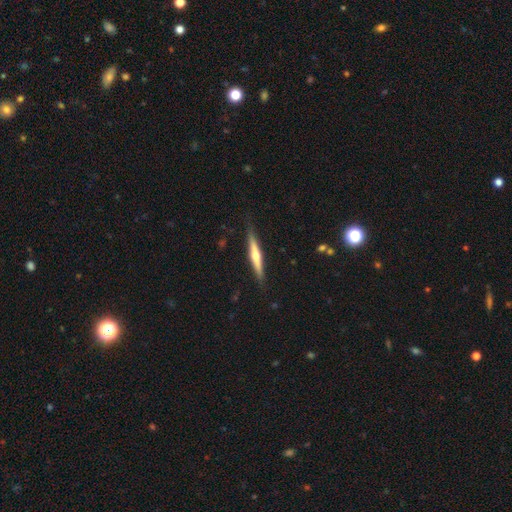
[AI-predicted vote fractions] Q: Smooth or featured?
A: featured or disk (62%); runner-up: smooth (33%)
Q: Edge-on disk?
A: yes (96%); runner-up: no (4%)
Q: Edge-on bulge?
A: rounded (86%); runner-up: none (10%)
Q: Merging?
A: none (87%); runner-up: minor disturbance (10%)